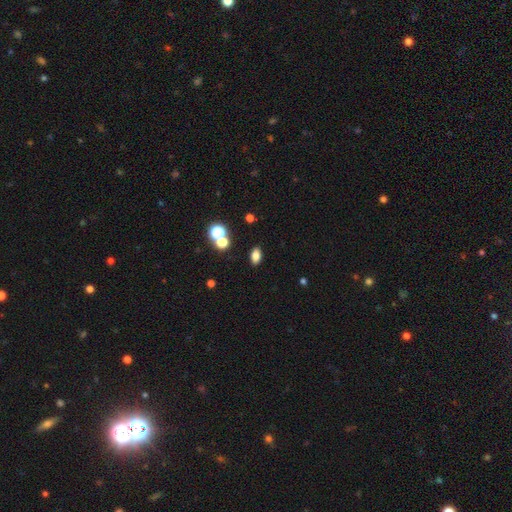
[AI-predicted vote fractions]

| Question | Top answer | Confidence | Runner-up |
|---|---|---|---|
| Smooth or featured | smooth | 76% | star or artifact (16%) |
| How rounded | in between | 85% | round (12%) |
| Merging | none | 86% | minor disturbance (8%) |